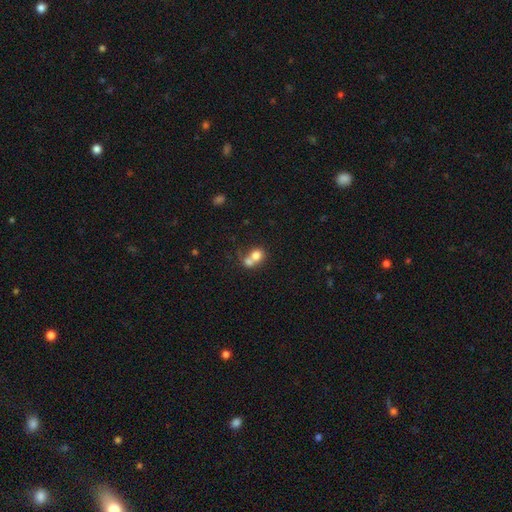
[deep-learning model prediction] A smooth galaxy with no disk features (72%) that is round (67%).

Vote fractions:
- Smooth or featured? smooth: 72% / featured or disk: 18% / star or artifact: 10%
- How rounded? round: 67% / in between: 32% / cigar-shaped: 1%
- Merging? merger: 66% / none: 23% / minor disturbance: 6% / major disturbance: 5%